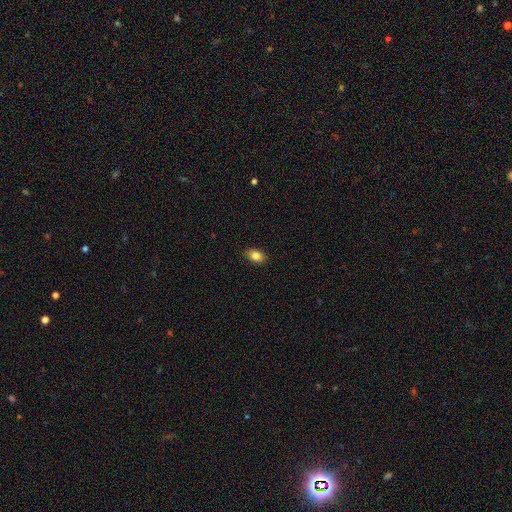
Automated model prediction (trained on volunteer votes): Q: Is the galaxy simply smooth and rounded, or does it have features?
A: smooth — 84%.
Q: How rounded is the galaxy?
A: in between — 85%.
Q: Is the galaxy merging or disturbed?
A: none — 88%.